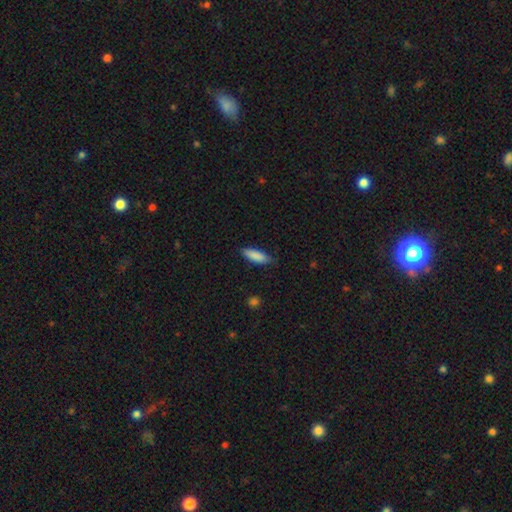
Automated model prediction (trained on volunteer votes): This is clearly a smooth galaxy (87%). How rounded: possibly in between (55%). Merging: likely none (79%).